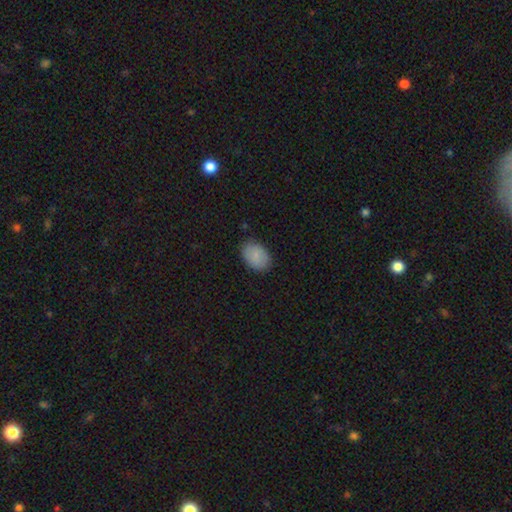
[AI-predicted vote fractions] smooth 86%, featured or disk 7%, star or artifact 7%. Down the decision tree: how rounded — in between (85%); merging — none (84%).